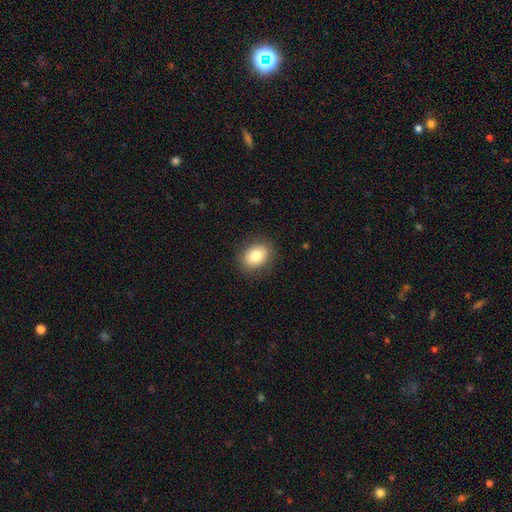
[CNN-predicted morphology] Smooth or featured?
  - smooth: 81% *
  - featured or disk: 10%
  - star or artifact: 8%
How rounded?
  - in between: 64% *
  - round: 35%
  - cigar-shaped: 1%
Merging?
  - none: 87% *
  - minor disturbance: 9%
  - major disturbance: 3%
  - merger: 1%